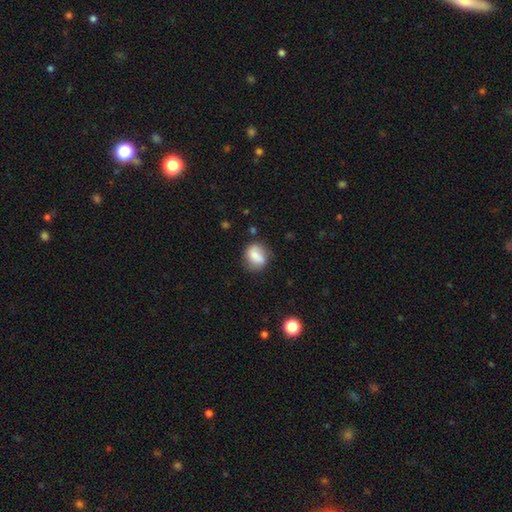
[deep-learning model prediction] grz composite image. It shows a smooth galaxy with no disk features (72%) that is round (57%). Merging: none (70%).